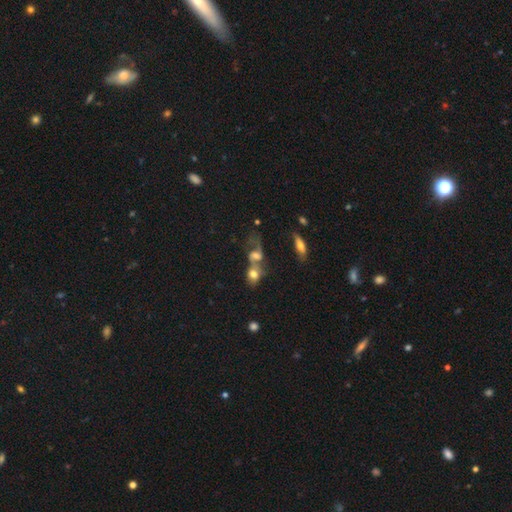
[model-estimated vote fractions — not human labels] This is marginally a smooth galaxy (44%). Merging: likely merger (65%).